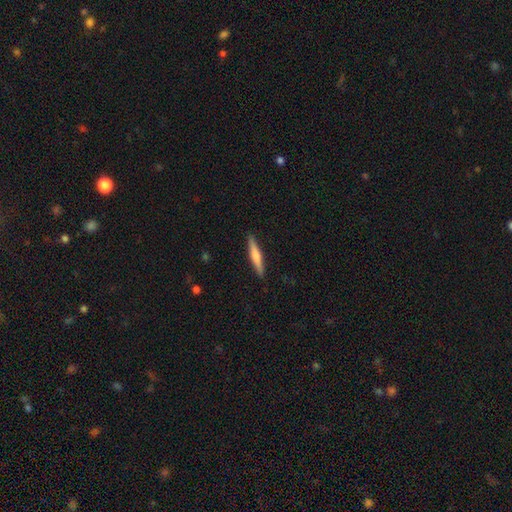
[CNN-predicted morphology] Smooth or featured? smooth (53%)
How rounded? cigar-shaped (92%)
Merging? none (91%)